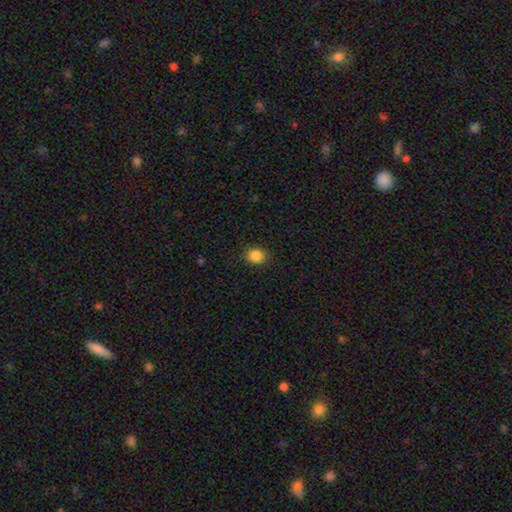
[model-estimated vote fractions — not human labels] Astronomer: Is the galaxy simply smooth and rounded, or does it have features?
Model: smooth — 87%.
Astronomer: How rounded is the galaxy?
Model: round — 67%.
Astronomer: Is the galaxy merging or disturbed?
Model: none — 89%.